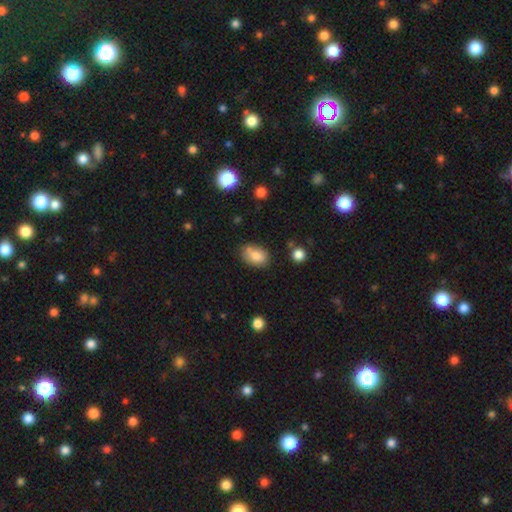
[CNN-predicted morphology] smooth 80%, featured or disk 11%, star or artifact 9%. Down the decision tree: how rounded — in between (82%); merging — none (63%).